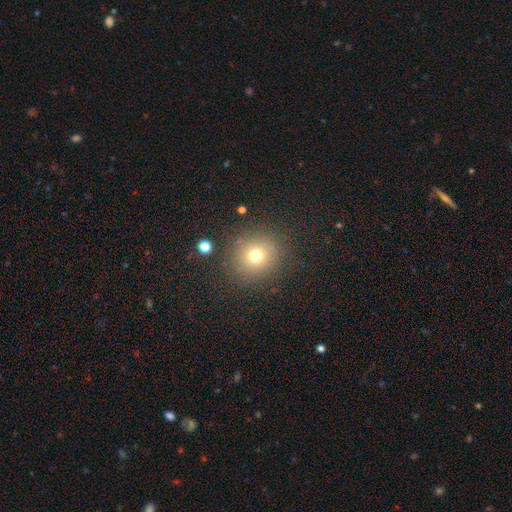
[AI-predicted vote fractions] This appears to be a smooth galaxy with no disk features (72%) that is round (88%). Merging: none (85%).